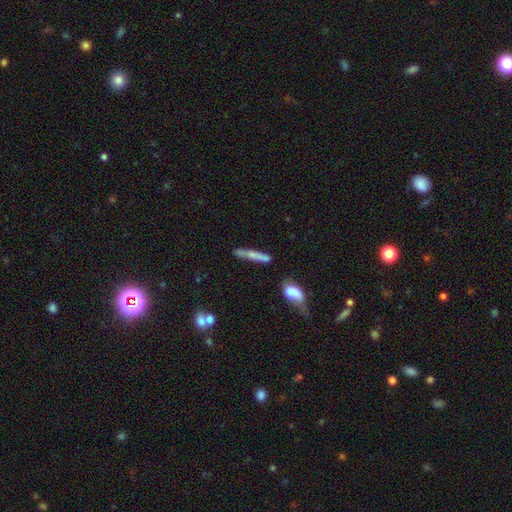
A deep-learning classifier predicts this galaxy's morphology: Smooth or featured? smooth (58%)
How rounded? cigar-shaped (90%)
Merging? none (67%)